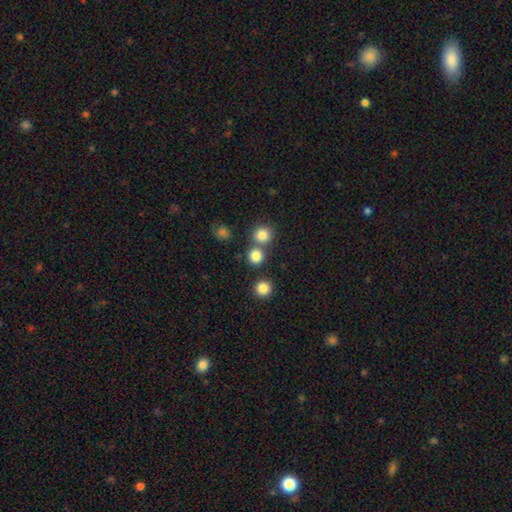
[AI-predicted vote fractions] Smooth or featured?
  - smooth: 81% *
  - star or artifact: 13%
  - featured or disk: 5%
How rounded?
  - round: 90% *
  - in between: 9%
  - cigar-shaped: 1%
Merging?
  - none: 69% *
  - merger: 22%
  - minor disturbance: 6%
  - major disturbance: 2%